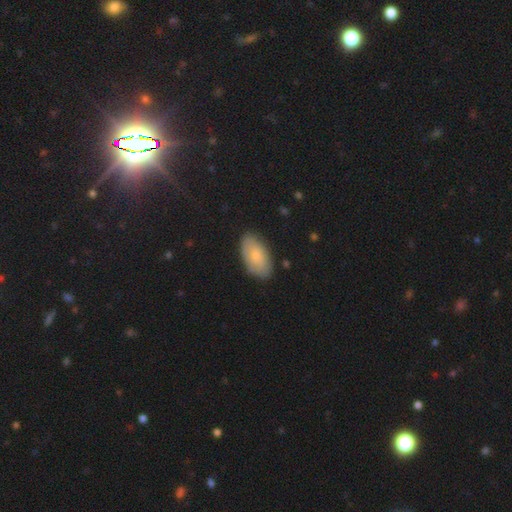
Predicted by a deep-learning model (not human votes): A smooth galaxy with no disk features (76%) that is in between round and cigar-shaped (95%).

Vote fractions:
- Smooth or featured? smooth: 76% / featured or disk: 18% / star or artifact: 6%
- How rounded? in between: 95% / round: 3% / cigar-shaped: 2%
- Merging? none: 83% / minor disturbance: 13% / major disturbance: 3% / merger: 1%